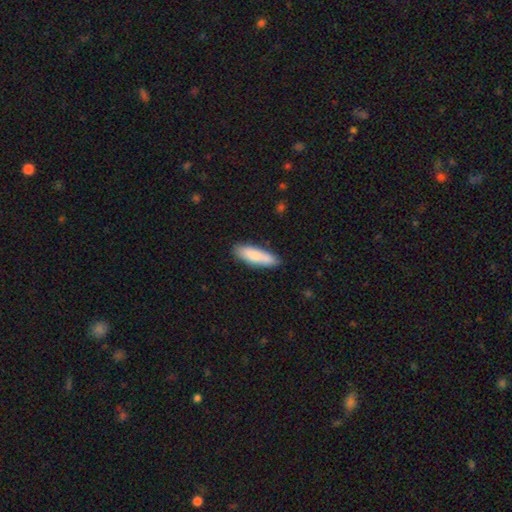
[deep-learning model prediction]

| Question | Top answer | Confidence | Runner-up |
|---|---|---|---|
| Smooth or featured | smooth | 83% | featured or disk (12%) |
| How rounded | cigar-shaped | 54% | in between (44%) |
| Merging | none | 81% | minor disturbance (14%) |